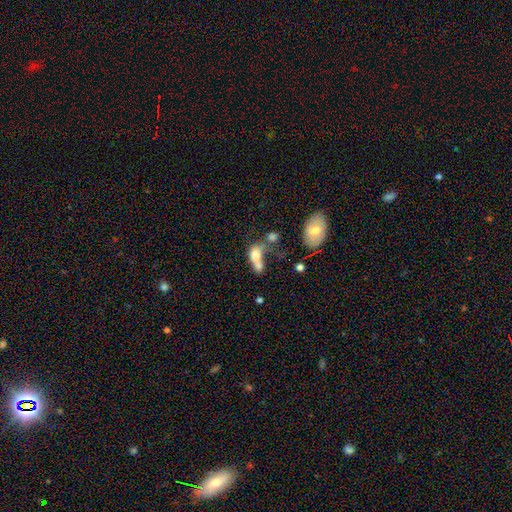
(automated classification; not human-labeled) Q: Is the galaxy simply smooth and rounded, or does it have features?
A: smooth — 66%.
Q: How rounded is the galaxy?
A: in between — 73%.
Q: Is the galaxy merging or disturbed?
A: merger — 60%.